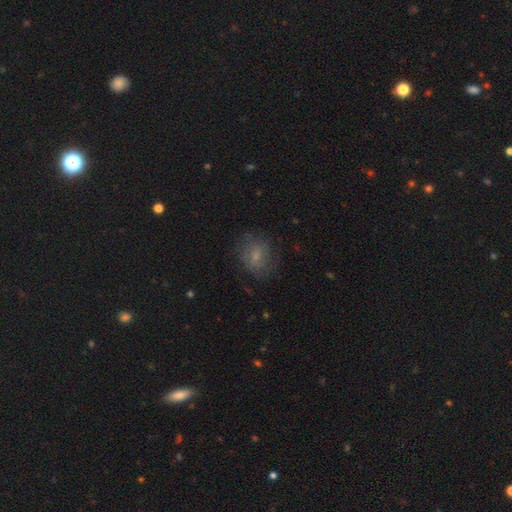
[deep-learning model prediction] smooth-or-featured: smooth: 57% | featured or disk: 31% | star or artifact: 12%
  how-rounded: round: 57% | in between: 42% | cigar-shaped: 1%
  merging: none: 70% | minor disturbance: 18% | major disturbance: 11% | merger: 1%